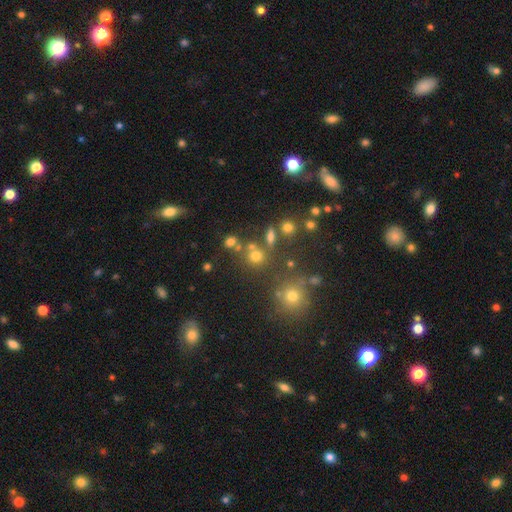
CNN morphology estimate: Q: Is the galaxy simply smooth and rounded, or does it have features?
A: smooth — 65%.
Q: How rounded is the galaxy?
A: round — 85%.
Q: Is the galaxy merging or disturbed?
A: none — 66%.